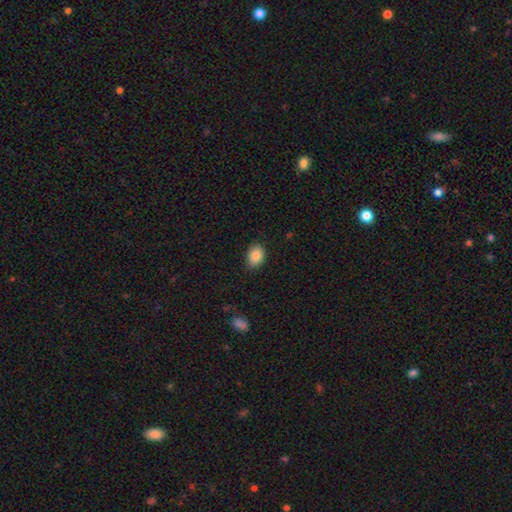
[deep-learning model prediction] Smooth or featured? Predicted: smooth (p=0.86). How rounded? Predicted: in between (p=0.77). Merging? Predicted: none (p=0.84).